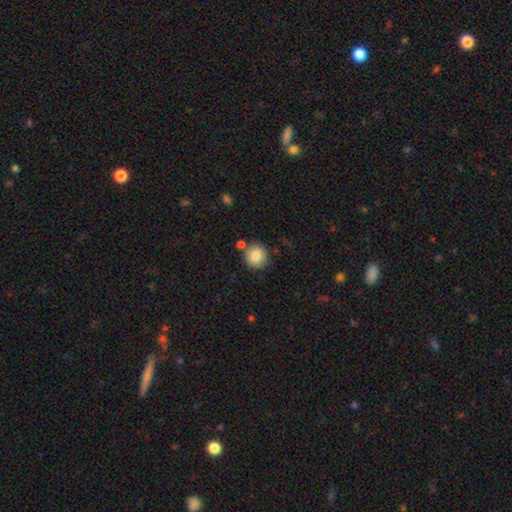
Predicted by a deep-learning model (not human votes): smooth 85%, star or artifact 8%, featured or disk 7%. Down the decision tree: how rounded — round (91%); merging — none (77%).